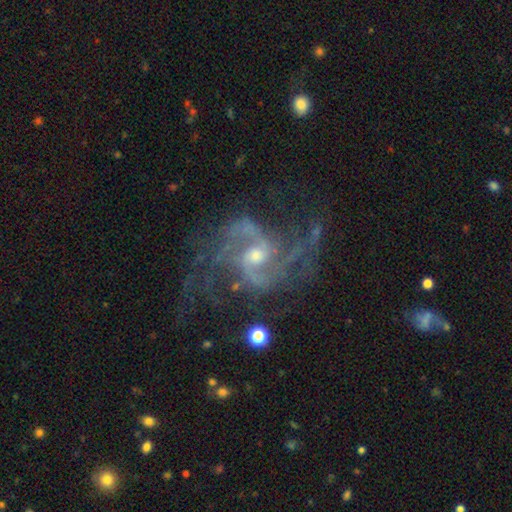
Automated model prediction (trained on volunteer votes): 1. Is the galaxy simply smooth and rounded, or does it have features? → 89% featured or disk, 7% star or artifact, 4% smooth.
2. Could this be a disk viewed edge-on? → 98% no, 2% yes.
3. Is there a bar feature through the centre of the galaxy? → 48% no, 41% weak, 11% strong.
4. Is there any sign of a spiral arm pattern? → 97% yes, 3% no.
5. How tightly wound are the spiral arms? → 46% medium, 40% loose, 14% tight.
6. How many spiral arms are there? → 58% 2, 14% 3, 11% can't tell, 6% 4, 5% 1, 5% more than 4.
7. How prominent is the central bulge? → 50% moderate, 44% small, 3% large, 2% none, 1% dominant.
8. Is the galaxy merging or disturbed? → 55% none, 23% major disturbance, 18% minor disturbance, 4% merger.